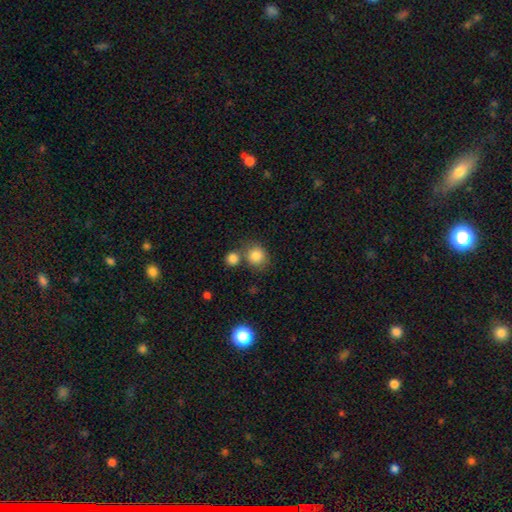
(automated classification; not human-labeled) smooth 84%, star or artifact 10%, featured or disk 6%. Down the decision tree: how rounded — round (84%); merging — none (61%).